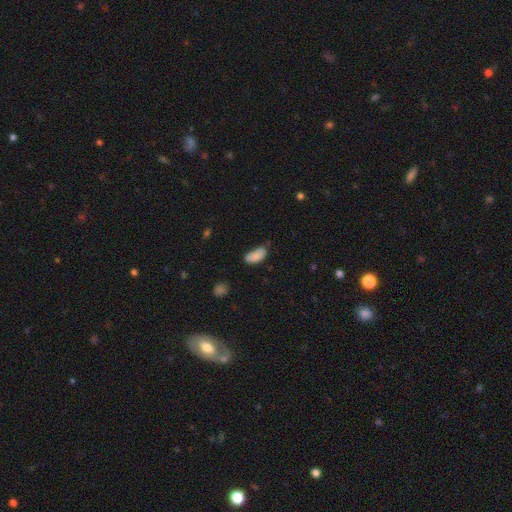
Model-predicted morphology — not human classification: type=smooth (84%); roundness=in between (91%); merging=none (49%).